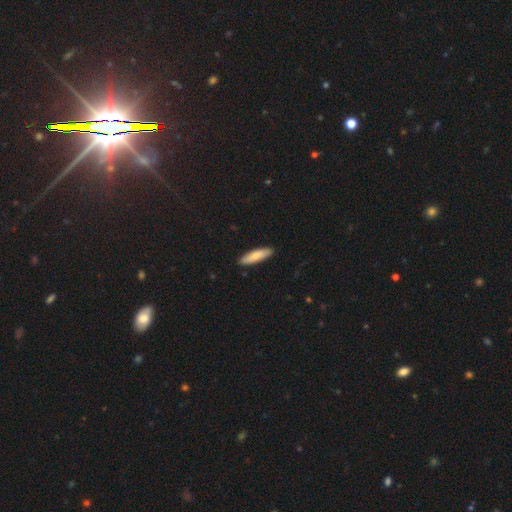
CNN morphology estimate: This is likely a smooth galaxy (80%). How rounded: likely cigar-shaped (67%). Merging: clearly none (90%).